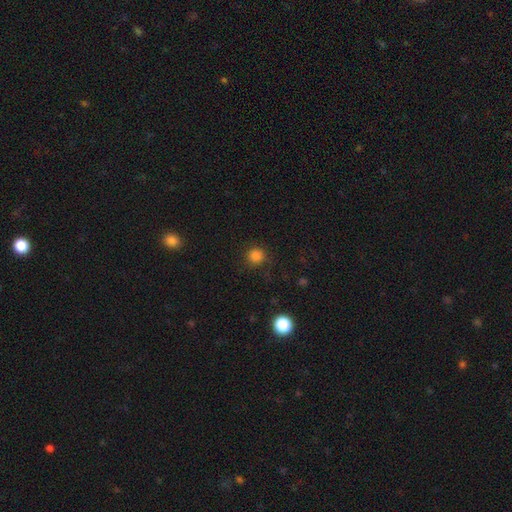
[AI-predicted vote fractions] A smooth galaxy with no disk features (83%) that is round (93%).

Vote fractions:
- Smooth or featured? smooth: 83% / star or artifact: 14% / featured or disk: 3%
- How rounded? round: 93% / in between: 6% / cigar-shaped: 1%
- Merging? none: 85% / minor disturbance: 10% / major disturbance: 4% / merger: 1%